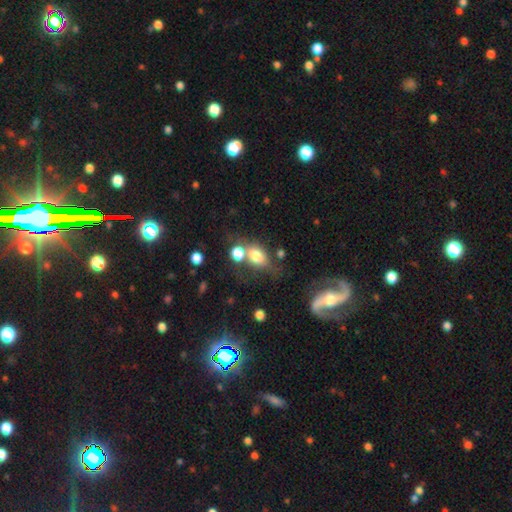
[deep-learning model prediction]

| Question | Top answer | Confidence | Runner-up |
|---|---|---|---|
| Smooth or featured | smooth | 75% | featured or disk (14%) |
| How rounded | in between | 63% | round (35%) |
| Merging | none | 38% | merger (32%) |